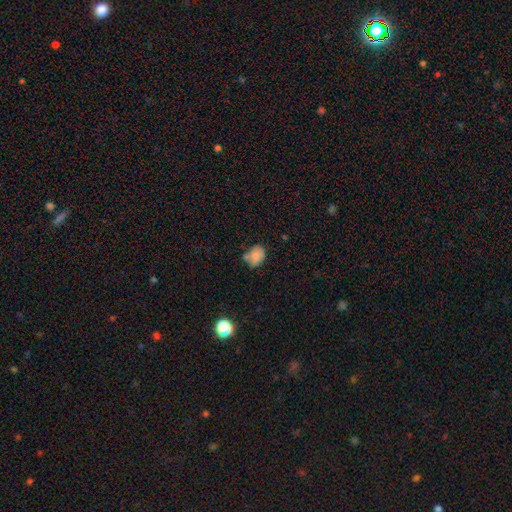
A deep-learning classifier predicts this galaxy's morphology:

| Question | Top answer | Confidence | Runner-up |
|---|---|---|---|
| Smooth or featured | smooth | 76% | featured or disk (14%) |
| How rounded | in between | 58% | round (41%) |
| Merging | none | 53% | minor disturbance (25%) |